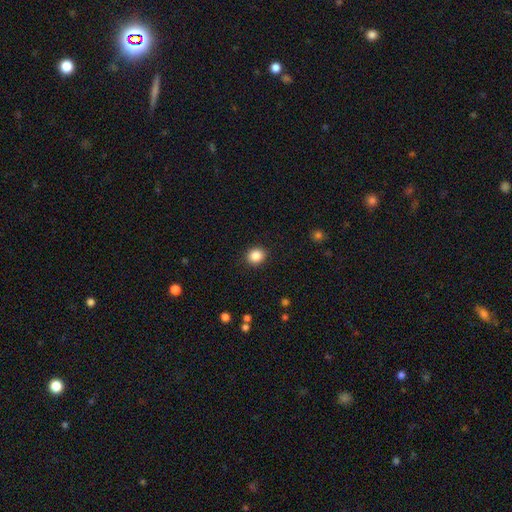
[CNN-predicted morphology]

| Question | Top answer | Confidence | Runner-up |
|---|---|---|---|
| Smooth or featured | smooth | 87% | star or artifact (9%) |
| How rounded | round | 74% | in between (25%) |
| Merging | none | 91% | minor disturbance (6%) |